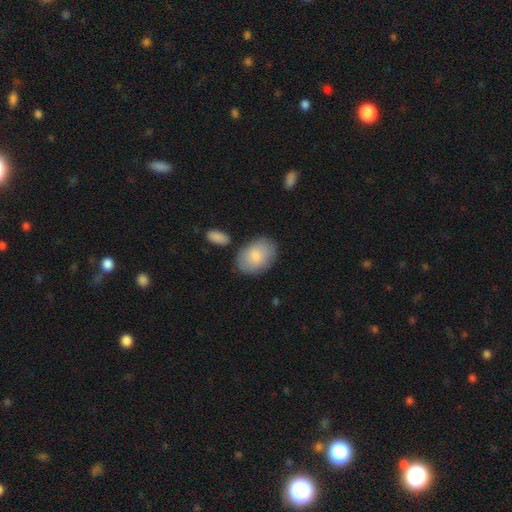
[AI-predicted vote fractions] A smooth galaxy with no disk features (82%) that is in between round and cigar-shaped (85%). Merging: none (75%).